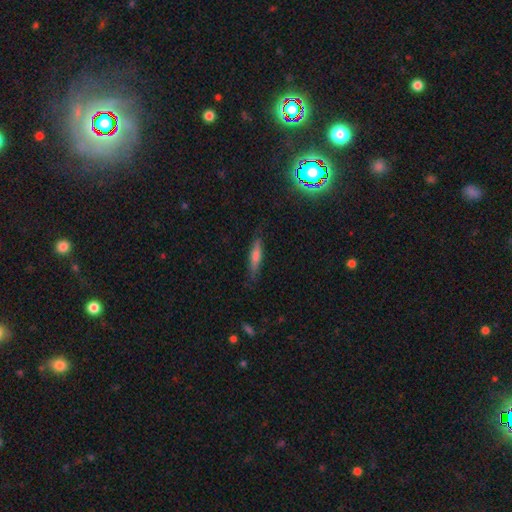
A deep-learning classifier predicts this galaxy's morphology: smooth-or-featured: smooth: 51% | featured or disk: 36% | star or artifact: 13%
  how-rounded: cigar-shaped: 83% | in between: 15% | round: 2%
  merging: none: 82% | minor disturbance: 14% | major disturbance: 3% | merger: 1%